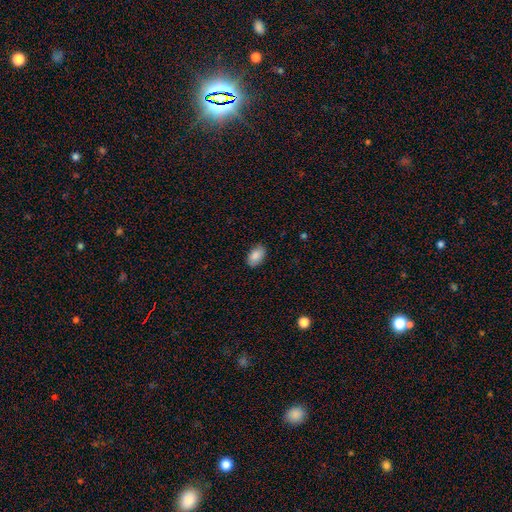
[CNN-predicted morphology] This is clearly a smooth galaxy (87%). How rounded: clearly in between (92%). Merging: clearly none (86%).